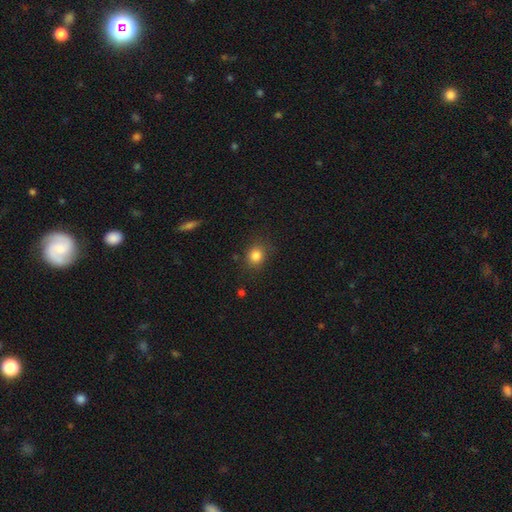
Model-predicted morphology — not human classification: A smooth galaxy with no disk features (83%) that is round (77%). Merging: none (82%).